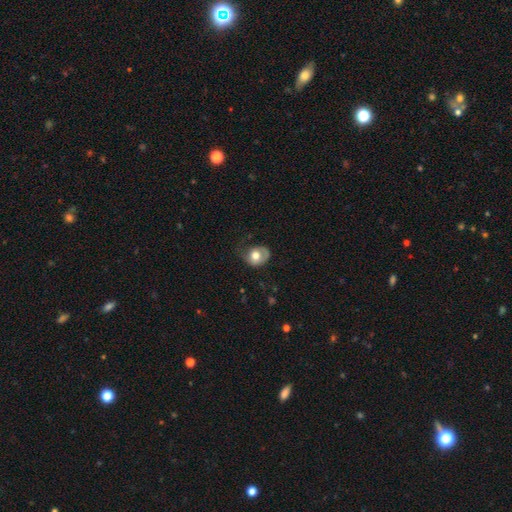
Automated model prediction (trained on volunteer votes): Smooth or featured: smooth — 61% (featured or disk — 32%)
How rounded: round — 62% (in between — 37%)
Merging: none — 40% (minor disturbance — 31%)